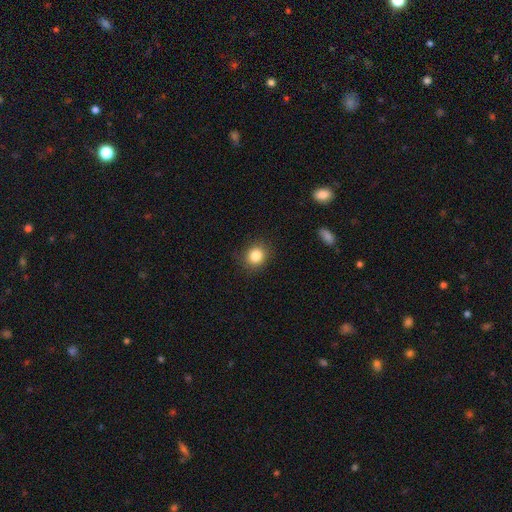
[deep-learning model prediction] Smooth or featured? smooth (84%)
How rounded? round (79%)
Merging? none (87%)